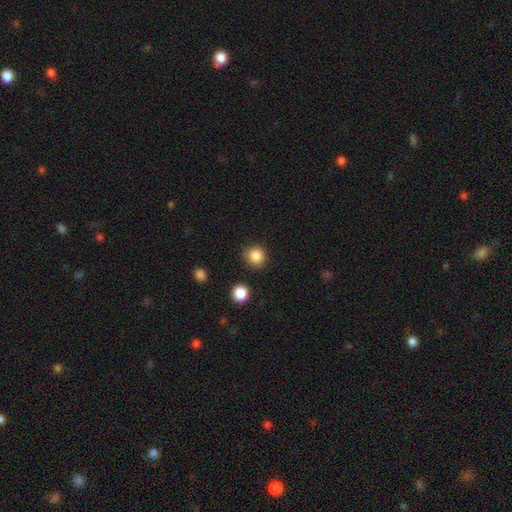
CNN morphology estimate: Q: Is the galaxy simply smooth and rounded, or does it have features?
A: smooth — 85%.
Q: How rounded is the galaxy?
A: round — 89%.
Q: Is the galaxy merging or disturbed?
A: none — 83%.